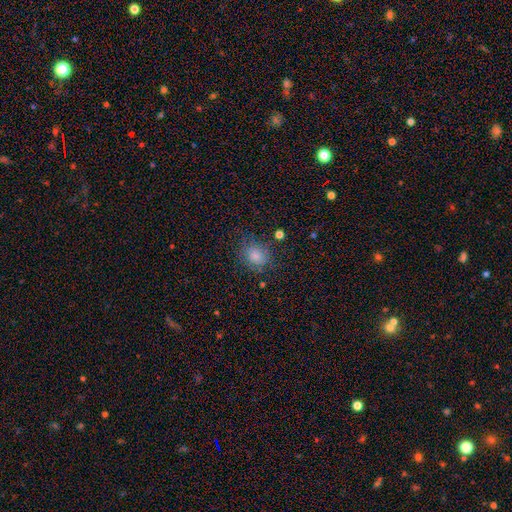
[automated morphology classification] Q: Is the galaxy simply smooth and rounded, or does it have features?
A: smooth — 80%.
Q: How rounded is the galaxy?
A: round — 71%.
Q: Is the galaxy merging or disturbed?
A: none — 74%.